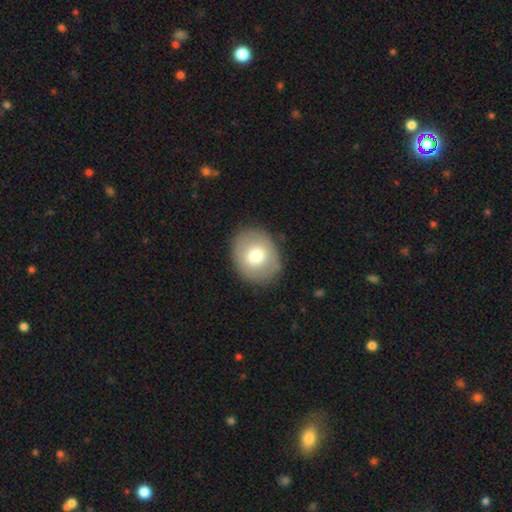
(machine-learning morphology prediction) Q: Smooth or featured?
A: smooth (73%); runner-up: featured or disk (20%)
Q: How rounded?
A: round (56%); runner-up: in between (43%)
Q: Merging?
A: none (85%); runner-up: minor disturbance (10%)